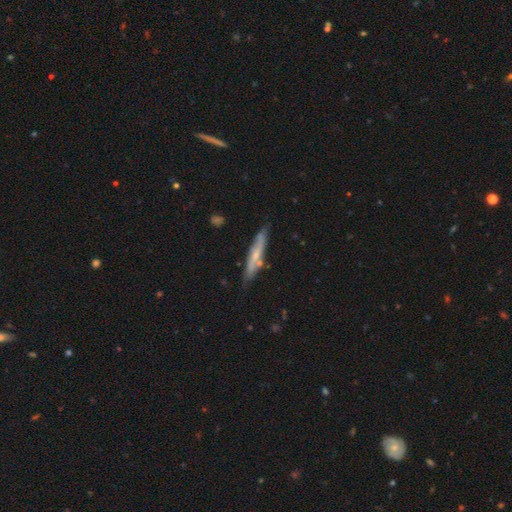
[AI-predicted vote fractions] featured or disk 52%, smooth 42%, star or artifact 6%. Down the decision tree: edge-on disk — yes (74%); merging — none (74%).